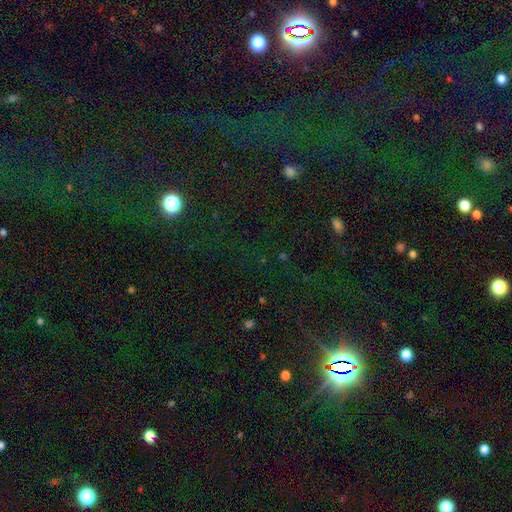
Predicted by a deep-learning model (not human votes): Smooth or featured: star or artifact — 74% (smooth — 16%)